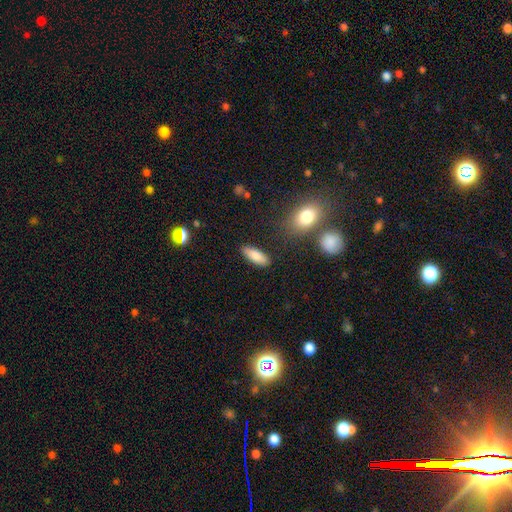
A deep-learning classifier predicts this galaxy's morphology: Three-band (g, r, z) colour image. It shows a smooth galaxy with no disk features (81%) that is in between round and cigar-shaped (69%). Merging: none (85%).